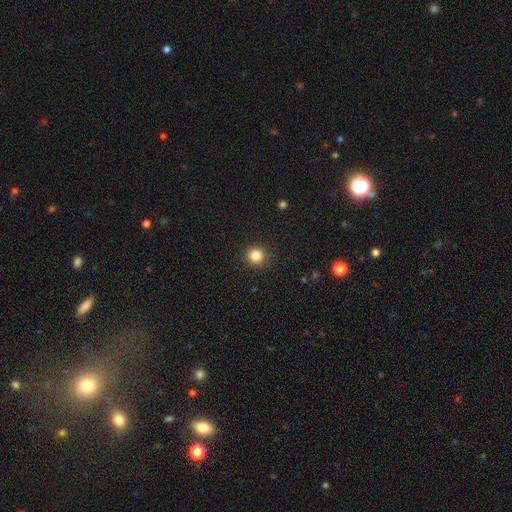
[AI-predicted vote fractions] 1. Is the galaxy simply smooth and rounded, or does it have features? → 83% smooth, 12% star or artifact, 5% featured or disk.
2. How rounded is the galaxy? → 93% round, 6% in between, 1% cigar-shaped.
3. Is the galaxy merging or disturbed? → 92% none, 5% minor disturbance, 2% major disturbance, 1% merger.